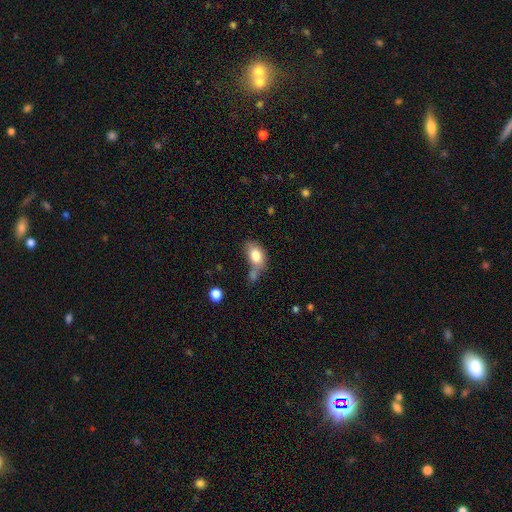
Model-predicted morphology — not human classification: smooth 79%, featured or disk 13%, star or artifact 8%. Down the decision tree: how rounded — in between (84%); merging — none (36%).